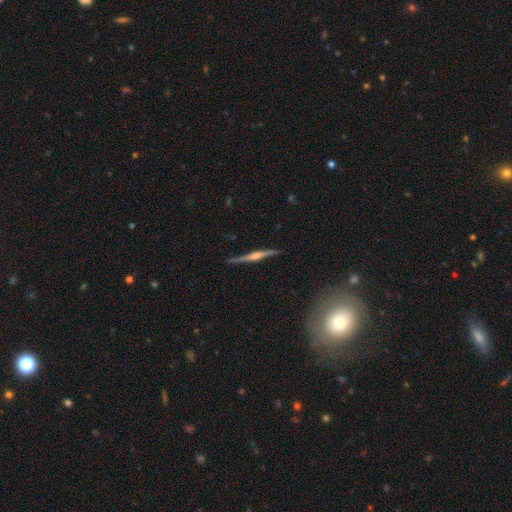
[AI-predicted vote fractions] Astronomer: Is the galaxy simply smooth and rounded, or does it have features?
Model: featured or disk — 81%.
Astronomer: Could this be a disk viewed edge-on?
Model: yes — 98%.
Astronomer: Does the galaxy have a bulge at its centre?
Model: rounded — 78%.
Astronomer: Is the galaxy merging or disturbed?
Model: none — 88%.